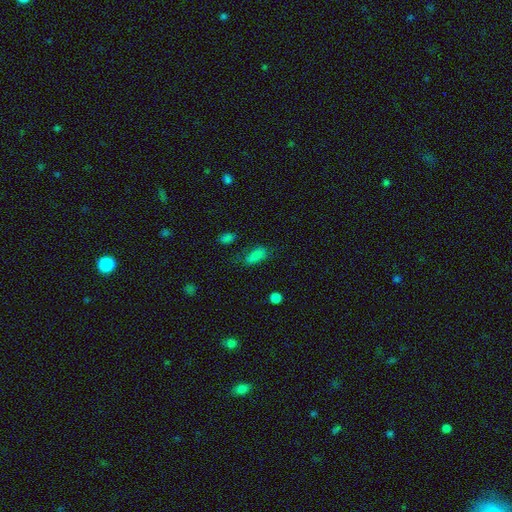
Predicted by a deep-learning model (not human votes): Smooth or featured? Predicted: smooth (p=0.80). How rounded? Predicted: in between (p=0.86). Merging? Predicted: none (p=0.63).